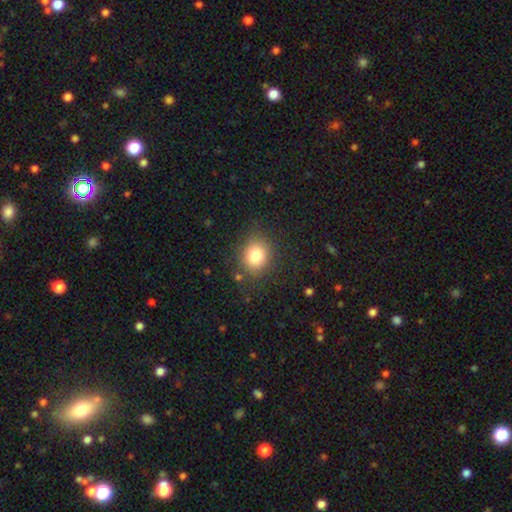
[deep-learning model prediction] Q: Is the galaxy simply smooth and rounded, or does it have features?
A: smooth — 79%.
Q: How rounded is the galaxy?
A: round — 69%.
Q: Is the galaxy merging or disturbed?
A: none — 84%.